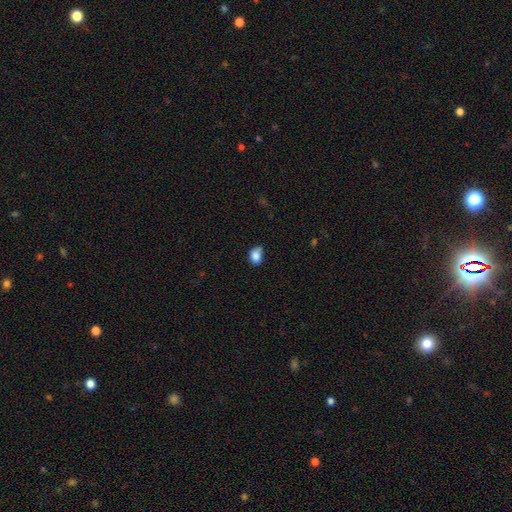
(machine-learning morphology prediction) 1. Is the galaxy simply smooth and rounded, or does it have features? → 84% smooth, 9% star or artifact, 6% featured or disk.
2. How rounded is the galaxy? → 64% in between, 35% round, 1% cigar-shaped.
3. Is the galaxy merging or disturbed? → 51% none, 34% minor disturbance, 8% major disturbance, 7% merger.